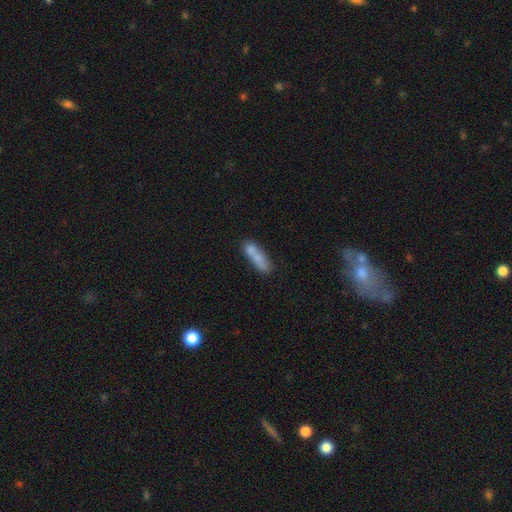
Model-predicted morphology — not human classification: Overall: smooth (73%). How rounded: cigar-shaped (64%; in between 33%). Merging: none (53%; merger 24%).